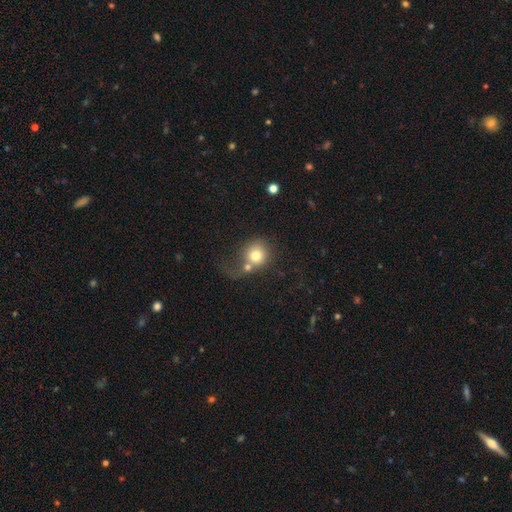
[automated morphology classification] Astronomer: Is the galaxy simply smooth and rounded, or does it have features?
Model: smooth — 74%.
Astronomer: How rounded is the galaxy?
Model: round — 86%.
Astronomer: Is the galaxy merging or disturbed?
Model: merger — 35% (runner-up: none, 32%).